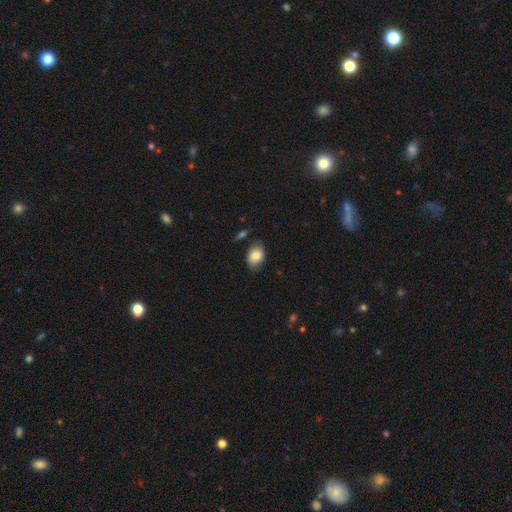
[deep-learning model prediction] smooth 82%, featured or disk 11%, star or artifact 7%. Down the decision tree: how rounded — in between (76%); merging — none (73%).